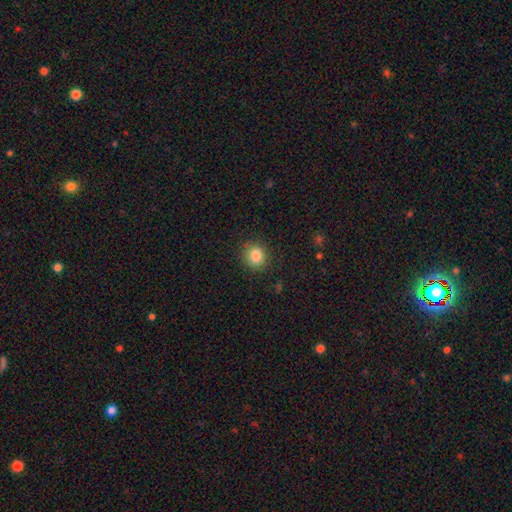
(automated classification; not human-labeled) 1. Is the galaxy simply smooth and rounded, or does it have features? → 84% smooth, 10% star or artifact, 6% featured or disk.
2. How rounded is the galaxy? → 80% round, 19% in between, 1% cigar-shaped.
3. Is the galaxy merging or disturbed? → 88% none, 8% minor disturbance, 3% major disturbance, 1% merger.